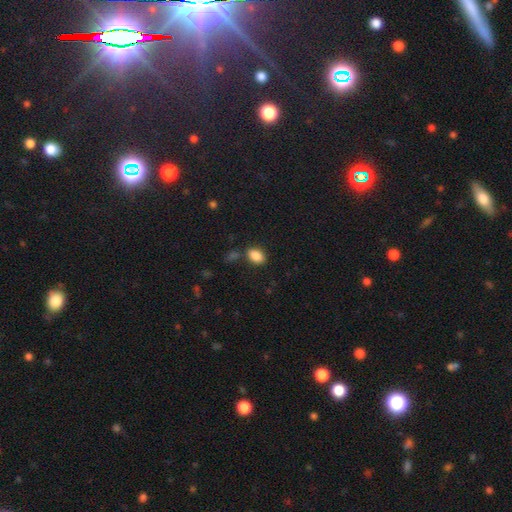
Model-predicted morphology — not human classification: smooth-or-featured: smooth: 87% | star or artifact: 9% | featured or disk: 4%
  how-rounded: in between: 84% | round: 14% | cigar-shaped: 2%
  merging: none: 76% | minor disturbance: 13% | merger: 8% | major disturbance: 4%